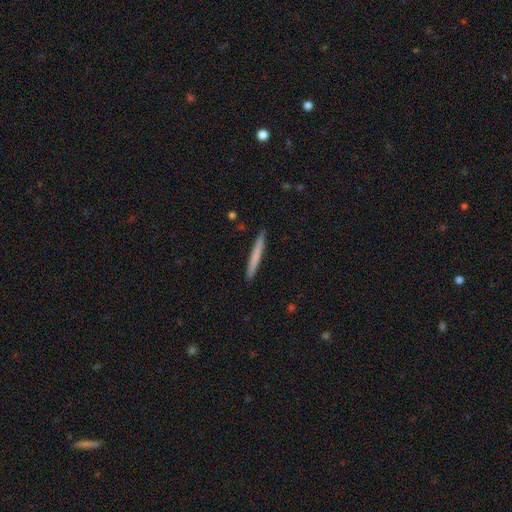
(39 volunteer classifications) A smooth galaxy with no disk features (64%) that is cigar-shaped (96%).

Vote fractions:
- Smooth or featured? smooth: 64% / featured or disk: 31% / star or artifact: 5%
- How rounded? cigar-shaped: 96% / round: 4% / in between: 0%
- Merging? none: 95% / minor disturbance: 5% / major disturbance: 0% / merger: 0%